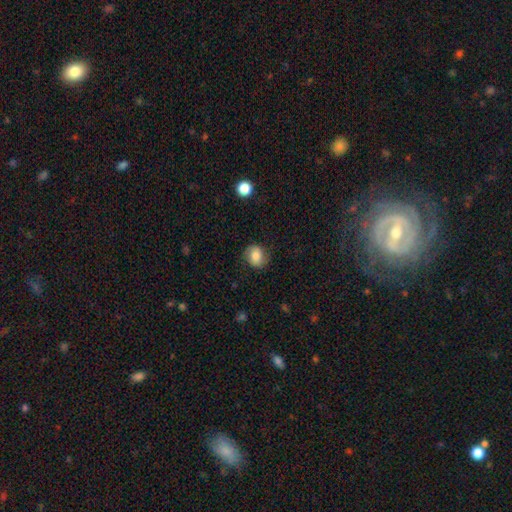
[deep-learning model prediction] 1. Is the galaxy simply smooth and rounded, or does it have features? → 70% smooth, 21% featured or disk, 9% star or artifact.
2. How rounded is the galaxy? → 68% round, 31% in between, 1% cigar-shaped.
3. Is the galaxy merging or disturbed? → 78% none, 16% minor disturbance, 5% major disturbance, 1% merger.